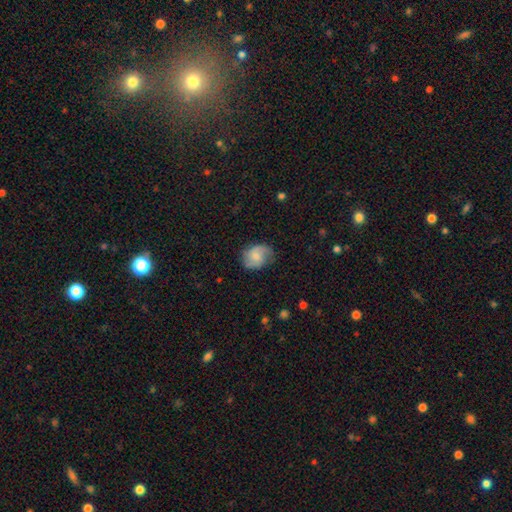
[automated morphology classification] Smooth or featured: featured or disk — 52% (smooth — 41%)
Edge-on disk: no — 97% (yes — 3%)
Bar: no — 54% (weak — 39%)
Spiral arms: yes — 90% (no — 10%)
Bulge size: small — 45% (moderate — 36%)
Merging: none — 72% (minor disturbance — 21%)